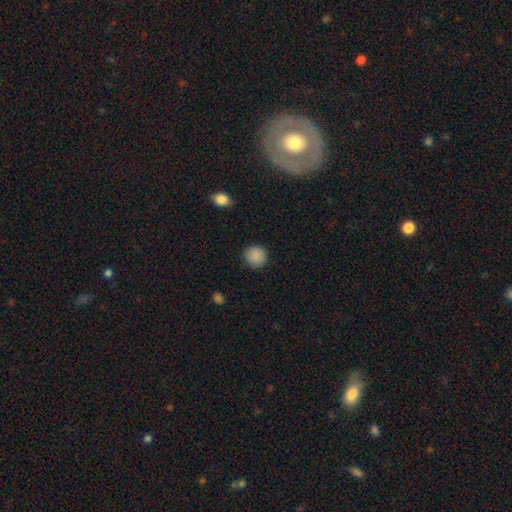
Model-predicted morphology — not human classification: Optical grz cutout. It shows a smooth galaxy with no disk features (89%) that is round (93%). Merging: none (90%).